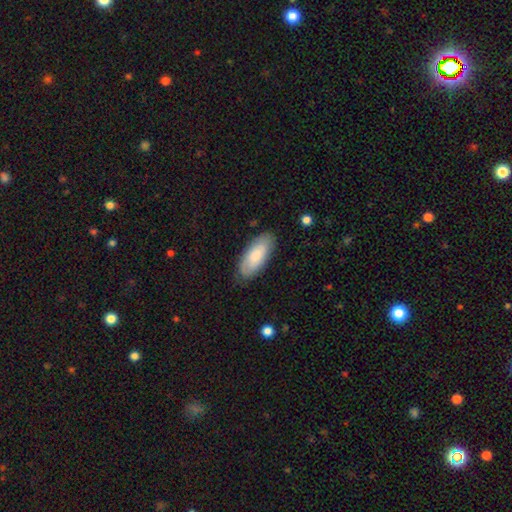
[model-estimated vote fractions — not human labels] The model was most divided on "smooth or featured": smooth: 73%, featured or disk: 21%, star or artifact: 6%. More confident: how rounded — in between (85%); merging — none (81%).